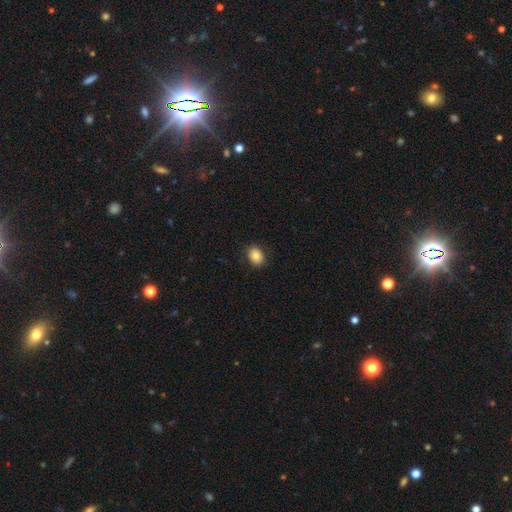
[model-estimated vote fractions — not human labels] Smooth or featured: smooth — 83% (star or artifact — 9%)
How rounded: in between — 60% (round — 39%)
Merging: none — 88% (minor disturbance — 9%)